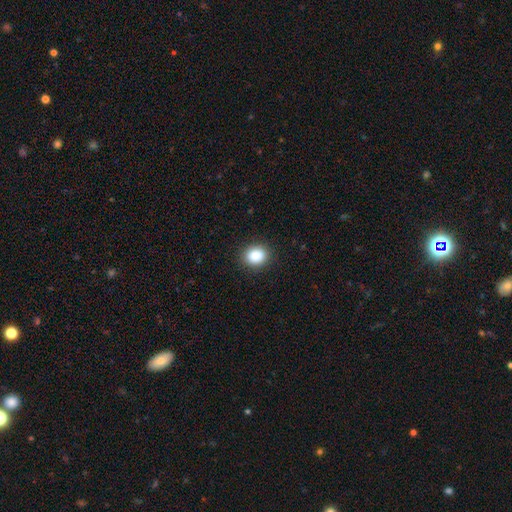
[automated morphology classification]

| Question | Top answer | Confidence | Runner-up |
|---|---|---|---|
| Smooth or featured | smooth | 87% | star or artifact (9%) |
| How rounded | round | 65% | in between (34%) |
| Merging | none | 89% | minor disturbance (7%) |